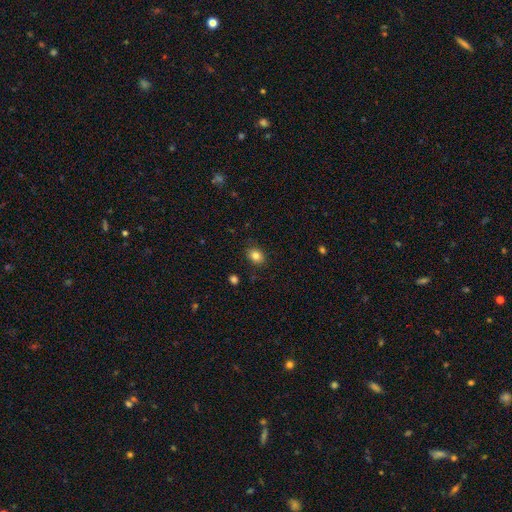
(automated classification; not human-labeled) Smooth or featured? smooth (83%)
How rounded? in between (59%)
Merging? none (86%)